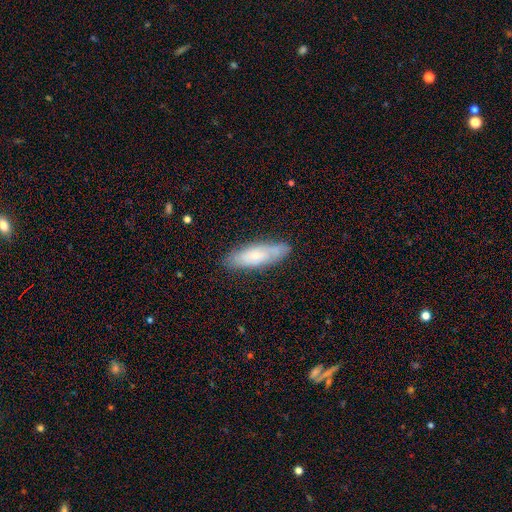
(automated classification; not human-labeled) Smooth or featured? smooth (57%)
How rounded? in between (52%)
Merging? none (80%)